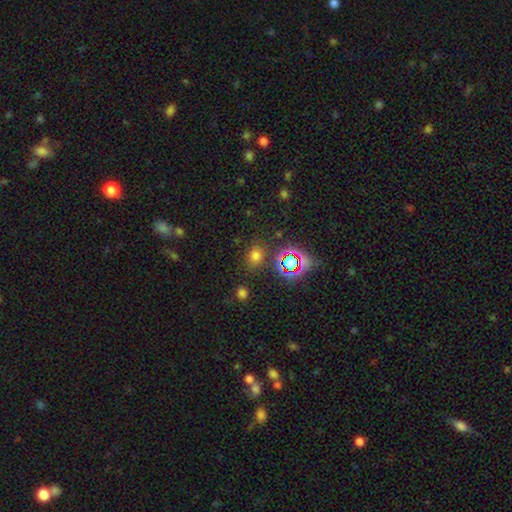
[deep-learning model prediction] The model was most divided on "how rounded": round: 50%, in between: 49%, cigar-shaped: 2%. More confident: merging — none (78%); smooth or featured — smooth (61%).